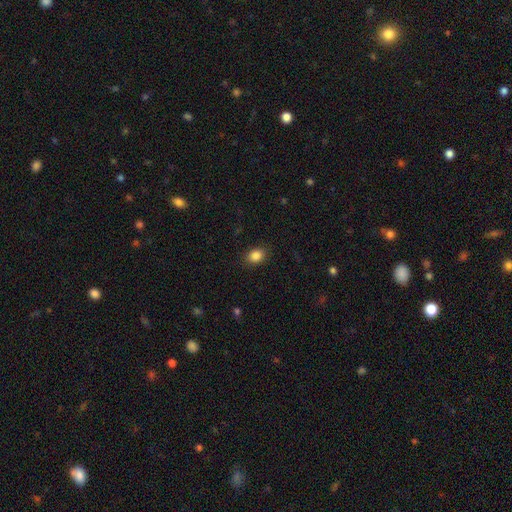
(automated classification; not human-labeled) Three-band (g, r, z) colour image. It shows a smooth galaxy with no disk features (86%) that is in between round and cigar-shaped (60%). Merging: none (87%).